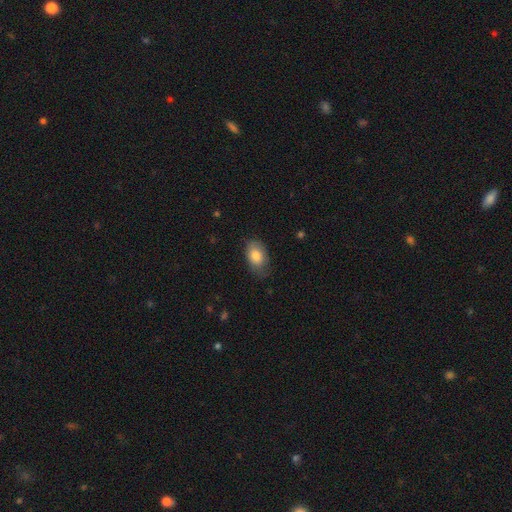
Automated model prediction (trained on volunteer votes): Smooth or featured? smooth (82%)
How rounded? in between (89%)
Merging? none (69%)